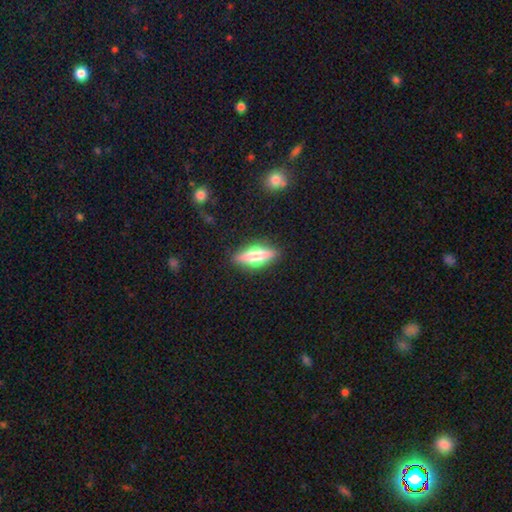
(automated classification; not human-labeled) Overall: featured or disk (60%; smooth 33%). Edge-on disk: yes (93%). Edge-on bulge: rounded (94%). Merging: none (88%).